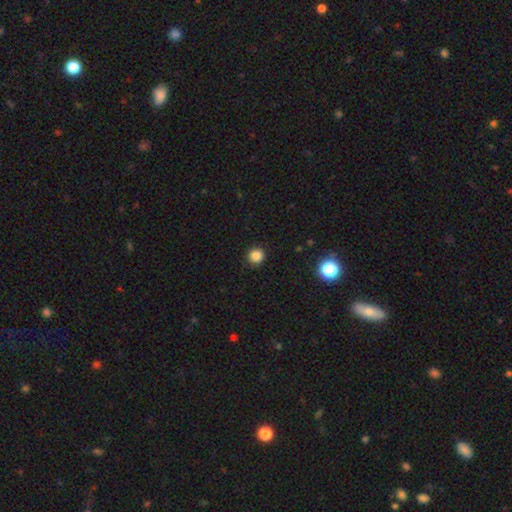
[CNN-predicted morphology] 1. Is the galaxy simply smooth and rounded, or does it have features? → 84% smooth, 12% star or artifact, 3% featured or disk.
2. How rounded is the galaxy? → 94% round, 5% in between, 1% cigar-shaped.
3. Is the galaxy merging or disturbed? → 91% none, 6% minor disturbance, 2% major disturbance, 1% merger.